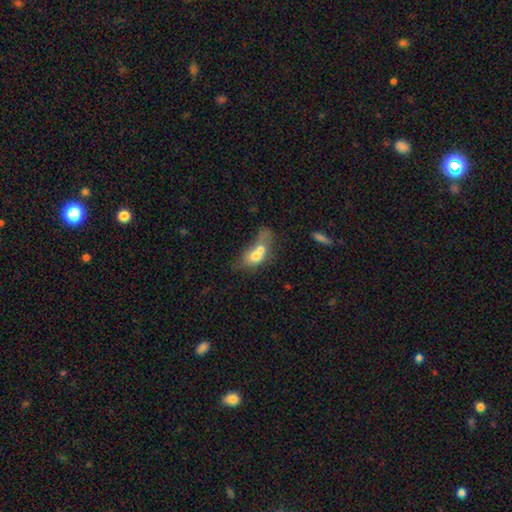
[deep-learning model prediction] This appears to be a smooth galaxy with no disk features (62%) that is in between round and cigar-shaped (60%). Merging: merger (73%).